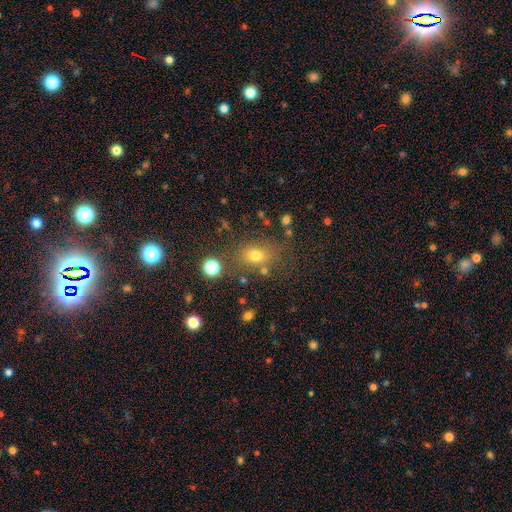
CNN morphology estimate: smooth 71%, star or artifact 18%, featured or disk 11%. Down the decision tree: how rounded — in between (59%); merging — none (73%).